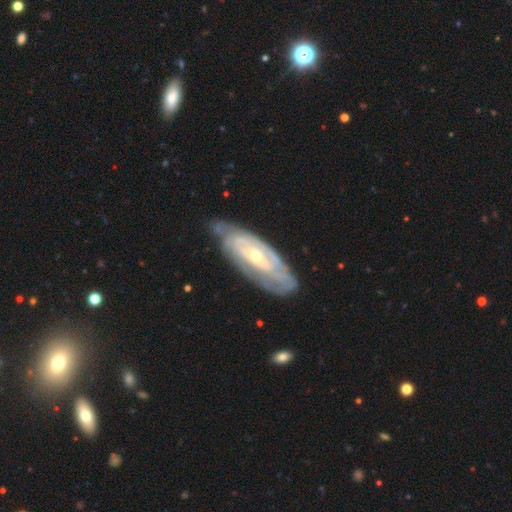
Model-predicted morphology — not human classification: Smooth or featured? featured or disk (80%)
Edge-on disk? no (86%)
Bar? no (64%)
Spiral arms? yes (81%)
Spiral winding? tight (74%)
Spiral arm count? can't tell (58%)
Bulge size? small (60%)
Merging? none (67%)